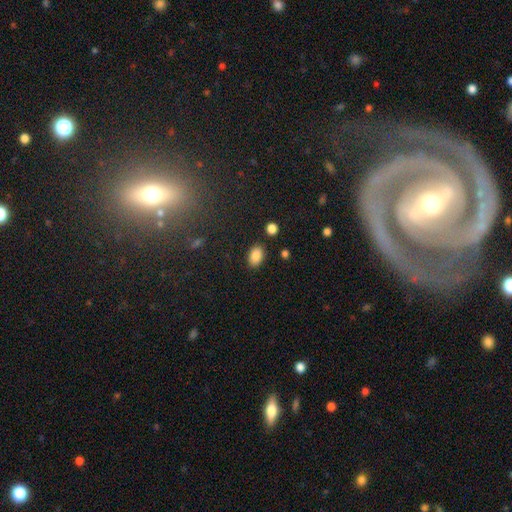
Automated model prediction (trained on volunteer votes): Smooth or featured? Predicted: smooth (p=0.87). How rounded? Predicted: in between (p=0.87). Merging? Predicted: none (p=0.85).